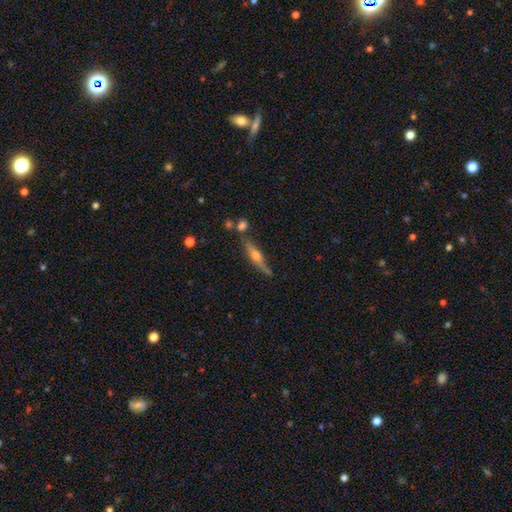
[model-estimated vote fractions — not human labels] Smooth or featured?
  - featured or disk: 75% *
  - smooth: 18%
  - star or artifact: 7%
Edge-on disk?
  - yes: 96% *
  - no: 4%
Edge-on bulge?
  - rounded: 91% *
  - none: 4%
  - boxy: 4%
Merging?
  - none: 75% *
  - minor disturbance: 14%
  - merger: 8%
  - major disturbance: 3%